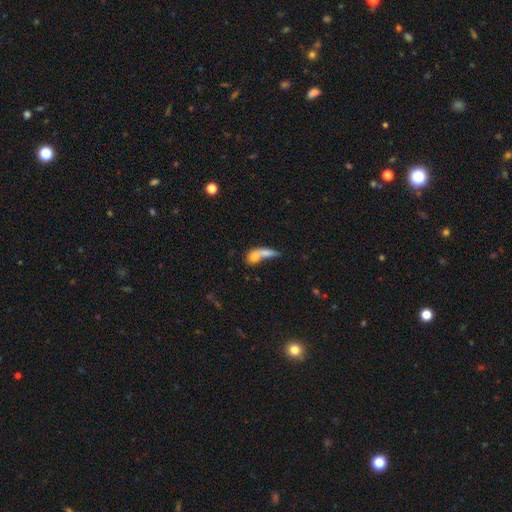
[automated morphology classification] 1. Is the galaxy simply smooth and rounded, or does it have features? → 70% smooth, 21% featured or disk, 9% star or artifact.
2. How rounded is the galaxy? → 54% in between, 30% cigar-shaped, 16% round.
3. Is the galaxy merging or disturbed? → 60% merger, 21% none, 10% major disturbance, 9% minor disturbance.